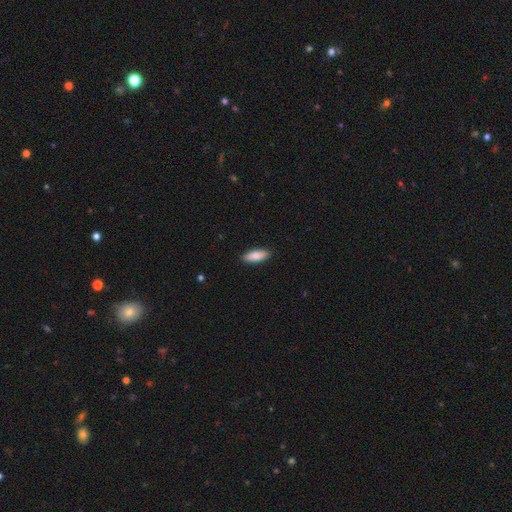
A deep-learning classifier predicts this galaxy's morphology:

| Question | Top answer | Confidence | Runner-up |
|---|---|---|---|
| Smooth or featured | smooth | 86% | featured or disk (8%) |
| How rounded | in between | 70% | cigar-shaped (28%) |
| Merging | none | 89% | minor disturbance (8%) |